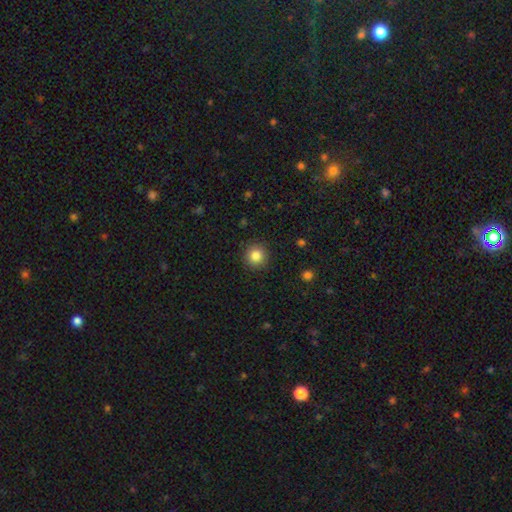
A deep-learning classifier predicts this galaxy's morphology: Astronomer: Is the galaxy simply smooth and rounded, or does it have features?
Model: smooth — 85%.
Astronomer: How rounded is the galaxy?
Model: round — 95%.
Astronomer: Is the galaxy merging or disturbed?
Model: none — 91%.